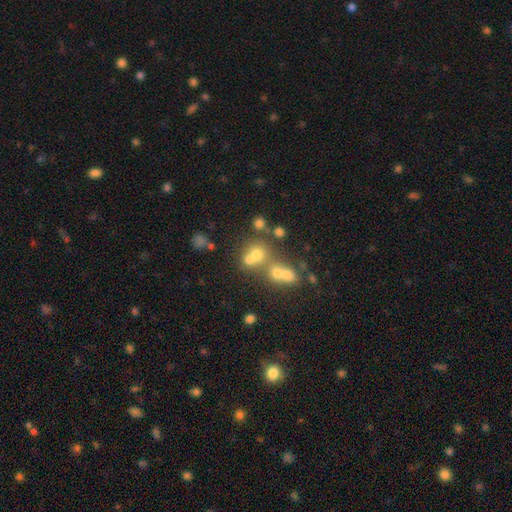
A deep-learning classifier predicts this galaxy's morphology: Smooth or featured? smooth (53%)
How rounded? round (76%)
Merging? merger (48%)